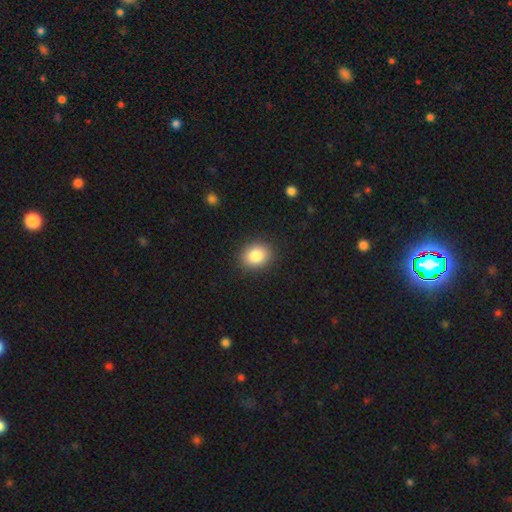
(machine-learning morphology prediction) Q: Smooth or featured?
A: smooth (85%); runner-up: star or artifact (9%)
Q: How rounded?
A: round (59%); runner-up: in between (40%)
Q: Merging?
A: none (89%); runner-up: minor disturbance (8%)